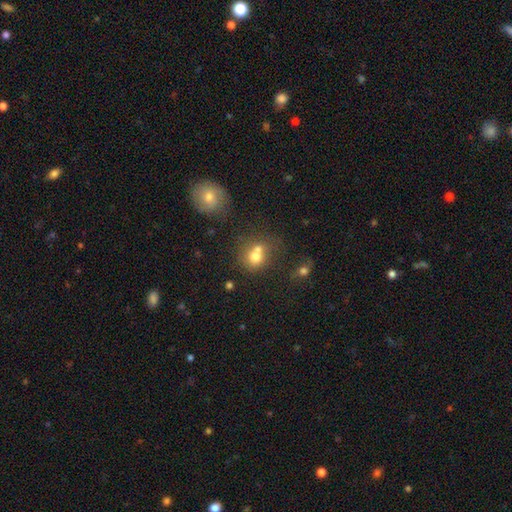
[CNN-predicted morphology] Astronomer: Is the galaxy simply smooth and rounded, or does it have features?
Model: smooth — 70%.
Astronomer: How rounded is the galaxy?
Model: round — 72%.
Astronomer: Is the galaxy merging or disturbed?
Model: merger — 50% (runner-up: none, 34%).